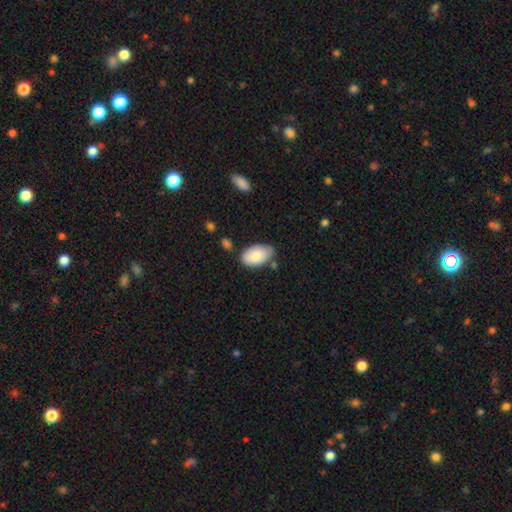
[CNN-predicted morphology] Q: Smooth or featured?
A: smooth (82%); runner-up: featured or disk (12%)
Q: How rounded?
A: in between (94%); runner-up: round (4%)
Q: Merging?
A: none (66%); runner-up: minor disturbance (25%)